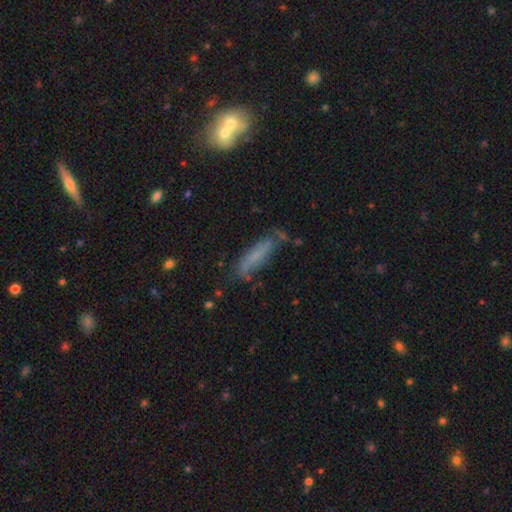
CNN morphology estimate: type=smooth (57%); roundness=cigar-shaped (70%); merging=none (58%).